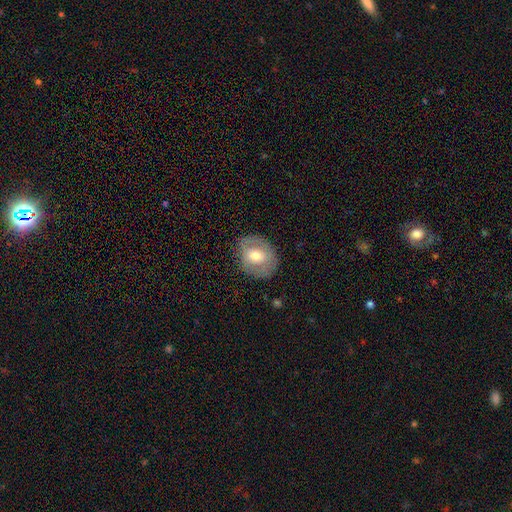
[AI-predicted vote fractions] Overall: smooth (52%; featured or disk 40%). How rounded: round (50%; in between 48%). Merging: none (77%).